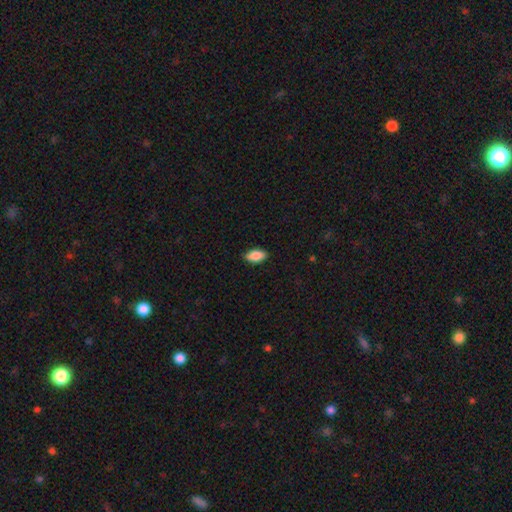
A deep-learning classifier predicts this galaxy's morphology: smooth_or_featured: smooth (p=0.89) [alt: star or artifact p=0.07]
how_rounded: in between (p=0.92) [alt: cigar-shaped p=0.05]
merging: none (p=0.86) [alt: minor disturbance p=0.11]